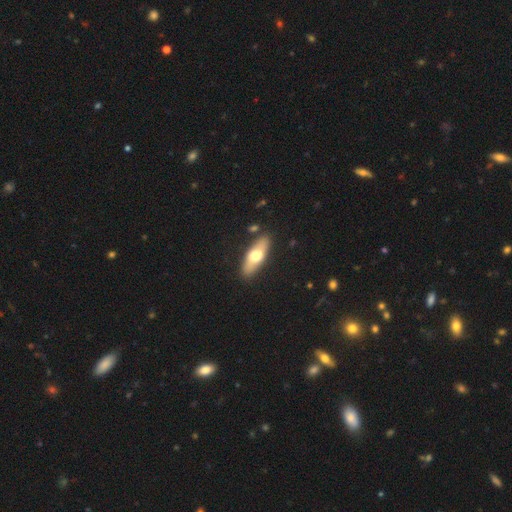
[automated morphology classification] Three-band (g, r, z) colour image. It shows a smooth galaxy with no disk features (59%) that is in between round and cigar-shaped (61%). Merging: none (86%).